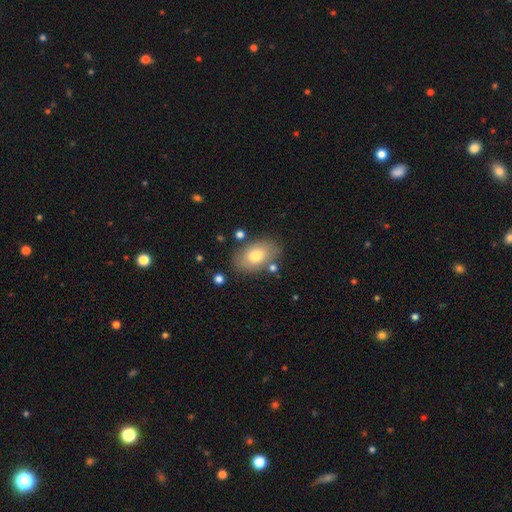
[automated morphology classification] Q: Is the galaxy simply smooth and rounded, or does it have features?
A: smooth — 73%.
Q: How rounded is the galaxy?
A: in between — 87%.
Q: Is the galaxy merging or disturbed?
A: none — 77%.